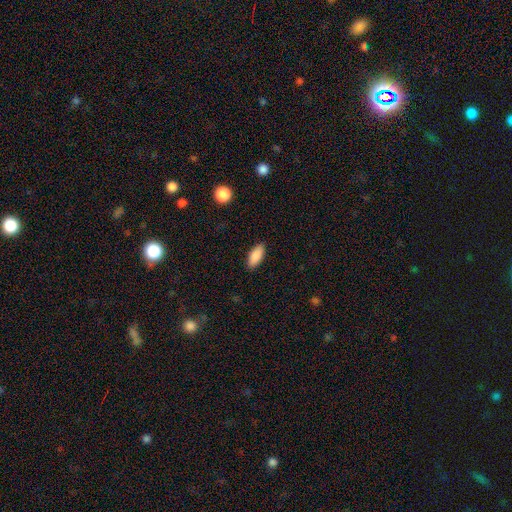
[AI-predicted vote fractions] Smooth or featured? smooth (89%)
How rounded? in between (86%)
Merging? none (88%)